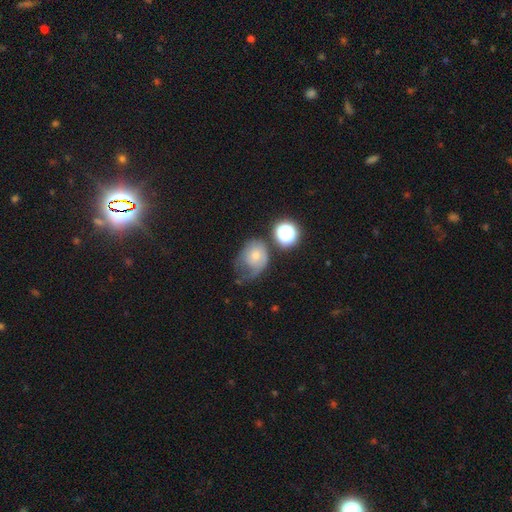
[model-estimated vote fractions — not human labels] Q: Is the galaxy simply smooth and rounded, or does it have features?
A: smooth — 40%.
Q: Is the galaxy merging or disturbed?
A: none — 34%.